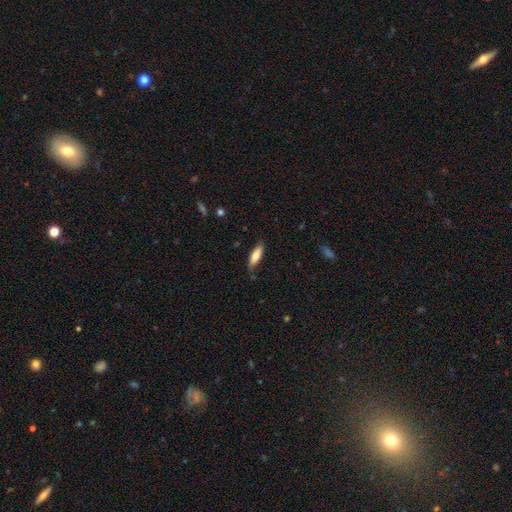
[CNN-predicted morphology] Smooth or featured? smooth (75%)
How rounded? cigar-shaped (51%)
Merging? none (80%)